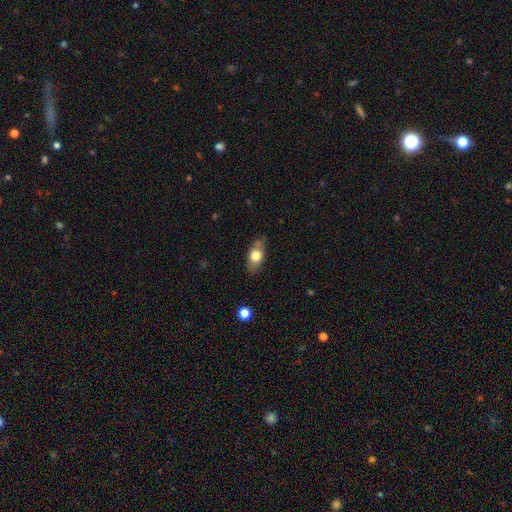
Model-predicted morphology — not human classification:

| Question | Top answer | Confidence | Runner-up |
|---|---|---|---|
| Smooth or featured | smooth | 72% | featured or disk (21%) |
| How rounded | in between | 81% | round (12%) |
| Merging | none | 75% | minor disturbance (19%) |